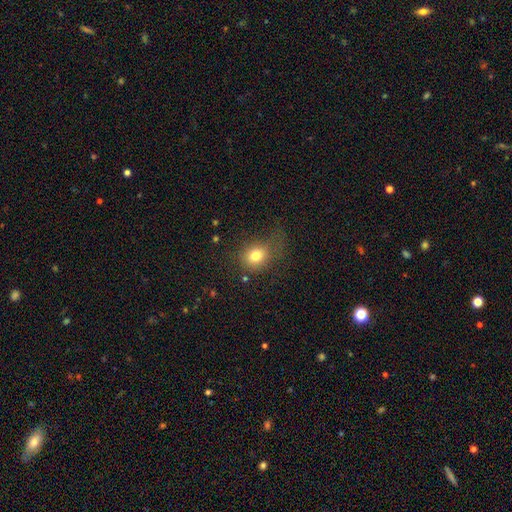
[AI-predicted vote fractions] Smooth or featured: smooth — 77% (star or artifact — 13%)
How rounded: round — 66% (in between — 33%)
Merging: none — 58% (minor disturbance — 23%)